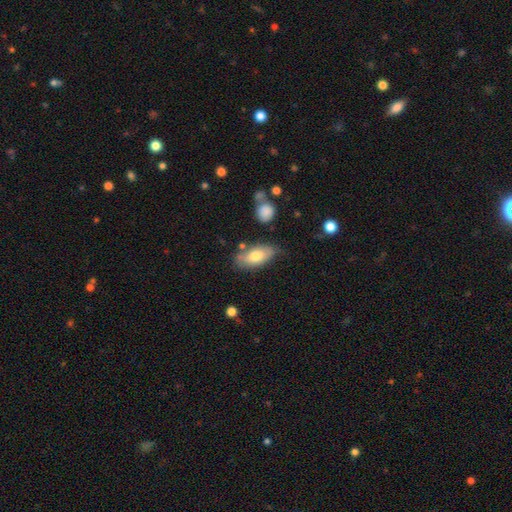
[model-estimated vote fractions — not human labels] smooth-or-featured: smooth: 74% | featured or disk: 20% | star or artifact: 6%
  how-rounded: in between: 88% | cigar-shaped: 9% | round: 3%
  merging: none: 71% | minor disturbance: 20% | merger: 5% | major disturbance: 4%